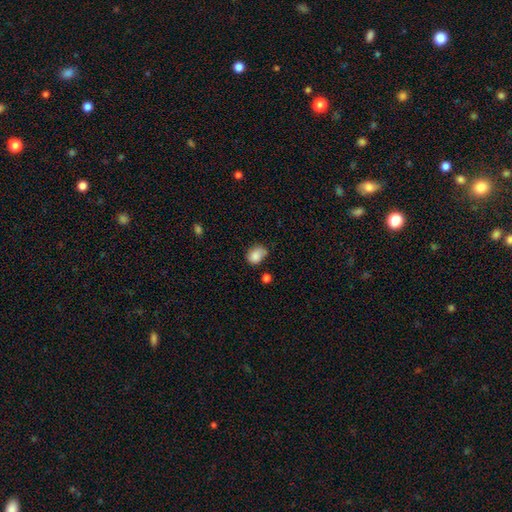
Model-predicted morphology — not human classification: Q: Smooth or featured?
A: smooth (84%); runner-up: star or artifact (9%)
Q: How rounded?
A: in between (66%); runner-up: round (33%)
Q: Merging?
A: none (46%); runner-up: minor disturbance (39%)